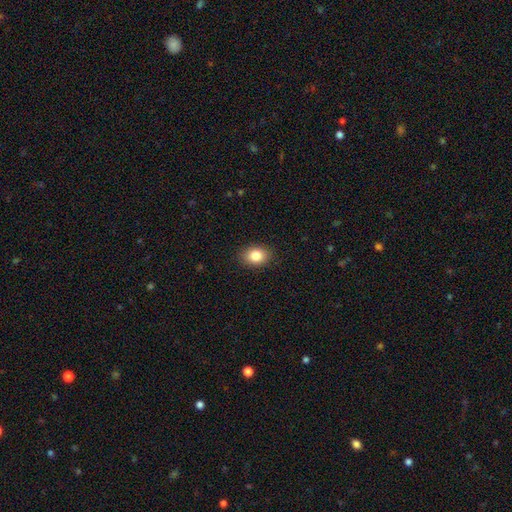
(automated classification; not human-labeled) This is clearly a smooth galaxy (84%). How rounded: likely in between (63%). Merging: clearly none (89%).